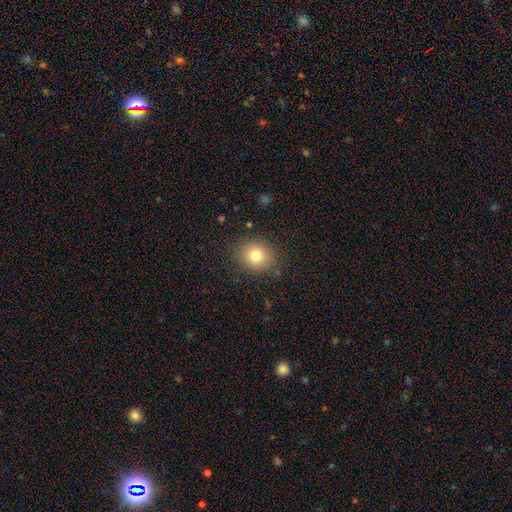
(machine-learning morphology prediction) type=smooth (78%); roundness=round (80%); merging=none (86%).